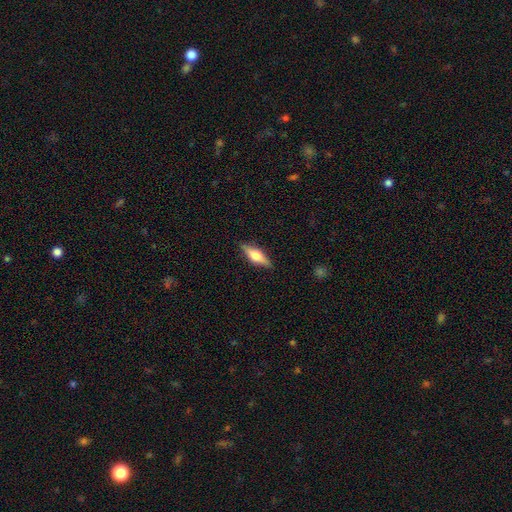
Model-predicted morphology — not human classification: A featured or disk galaxy (54%) viewed edge-on (95%) with a rounded central bulge (91%). Merging: none (88%).